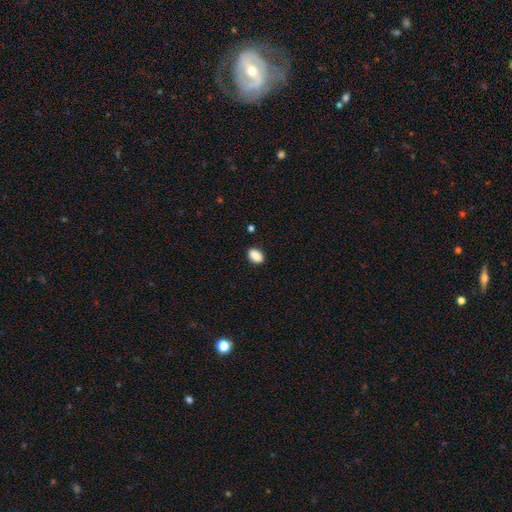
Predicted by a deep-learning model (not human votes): smooth_or_featured: smooth (p=0.89) [alt: star or artifact p=0.08]
how_rounded: in between (p=0.88) [alt: round p=0.11]
merging: none (p=0.86) [alt: minor disturbance p=0.10]